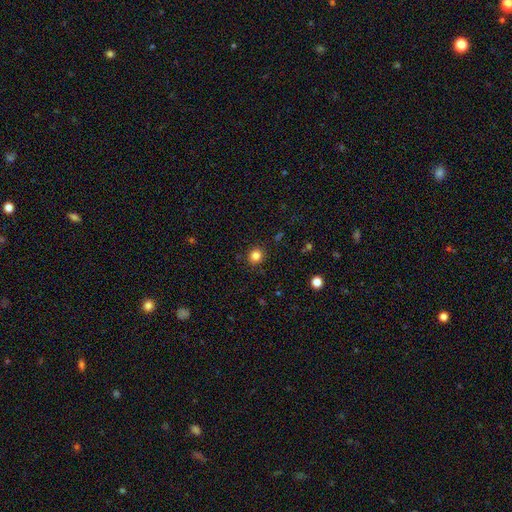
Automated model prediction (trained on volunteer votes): Q: Smooth or featured?
A: smooth (83%); runner-up: star or artifact (12%)
Q: How rounded?
A: round (84%); runner-up: in between (15%)
Q: Merging?
A: none (89%); runner-up: minor disturbance (7%)